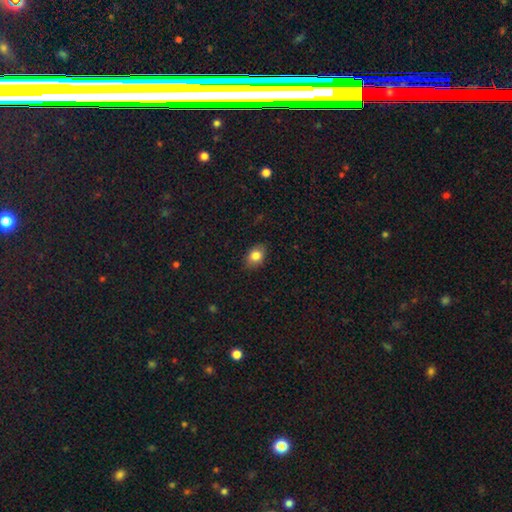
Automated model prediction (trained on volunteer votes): Smooth or featured? smooth (83%)
How rounded? in between (76%)
Merging? none (86%)